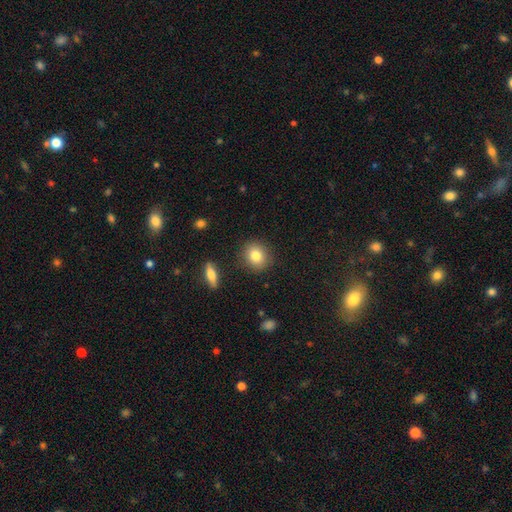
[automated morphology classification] A smooth galaxy with no disk features (81%) that is round (72%). Merging: none (88%).